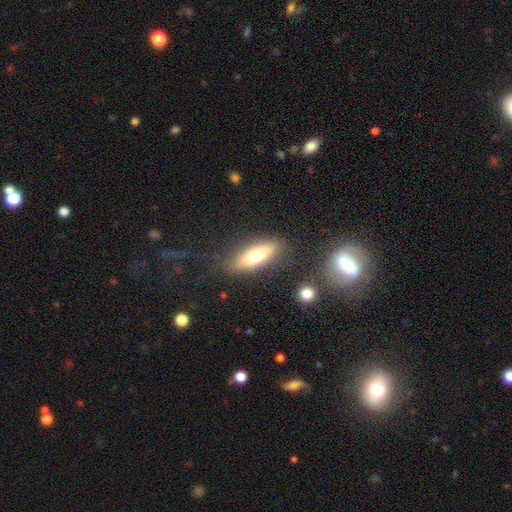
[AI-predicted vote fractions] smooth_or_featured: smooth (p=0.67) [alt: featured or disk p=0.25]
how_rounded: in between (p=0.52) [alt: cigar-shaped p=0.46]
merging: none (p=0.79) [alt: minor disturbance p=0.13]